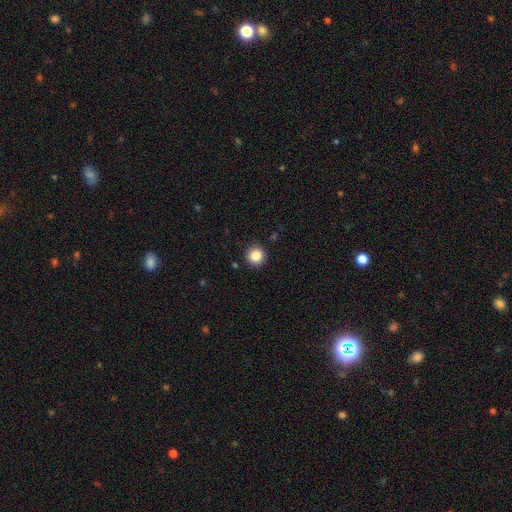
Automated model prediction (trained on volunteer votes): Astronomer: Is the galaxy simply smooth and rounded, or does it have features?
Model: smooth — 86%.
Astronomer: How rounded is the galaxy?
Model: round — 95%.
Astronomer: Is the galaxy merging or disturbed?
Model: none — 91%.